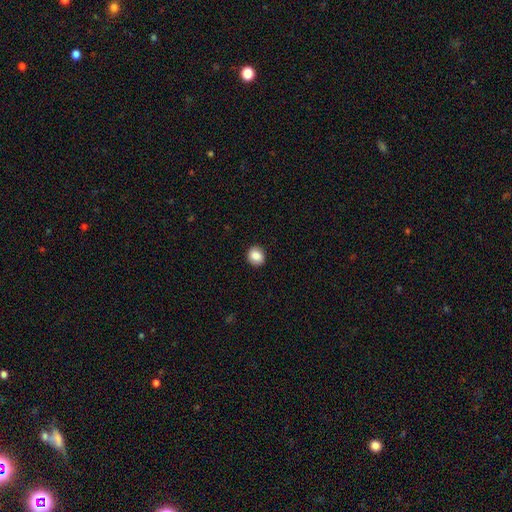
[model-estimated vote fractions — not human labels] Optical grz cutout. It shows a smooth galaxy with no disk features (87%) that is round (76%). Merging: none (91%).